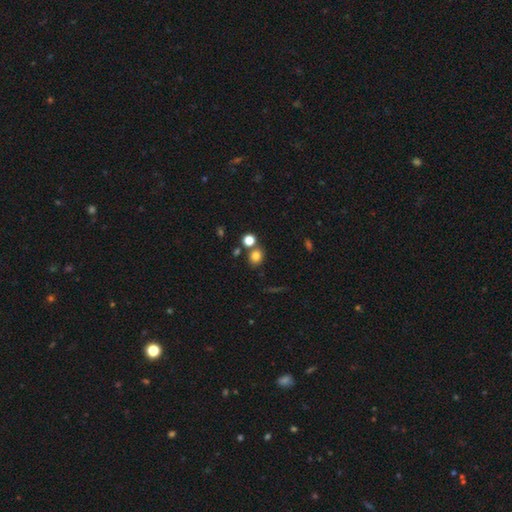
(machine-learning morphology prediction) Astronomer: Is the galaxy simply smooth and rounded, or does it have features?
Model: smooth — 79%.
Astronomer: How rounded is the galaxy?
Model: round — 72%.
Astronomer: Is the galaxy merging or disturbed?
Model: none — 69%.